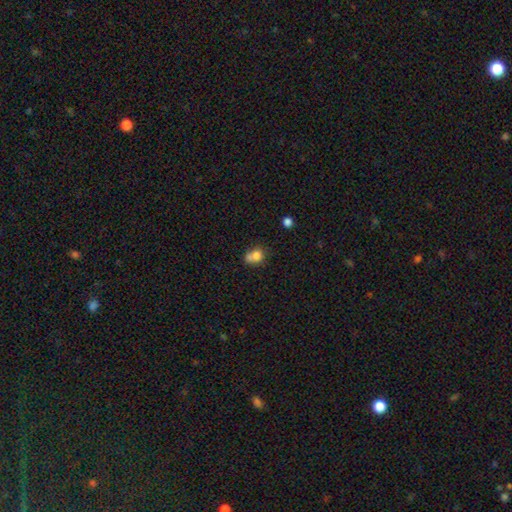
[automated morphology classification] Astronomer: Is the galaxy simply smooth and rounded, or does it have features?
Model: smooth — 75%.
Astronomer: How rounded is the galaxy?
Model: round — 58% (runner-up: in between, 41%).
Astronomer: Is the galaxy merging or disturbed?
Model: merger — 47% (runner-up: none, 32%).